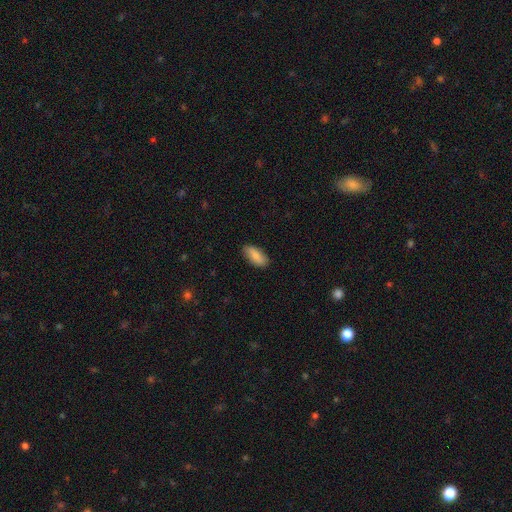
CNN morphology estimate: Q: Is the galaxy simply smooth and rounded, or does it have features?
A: smooth — 85%.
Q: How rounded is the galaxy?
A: in between — 87%.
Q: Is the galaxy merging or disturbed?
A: none — 85%.